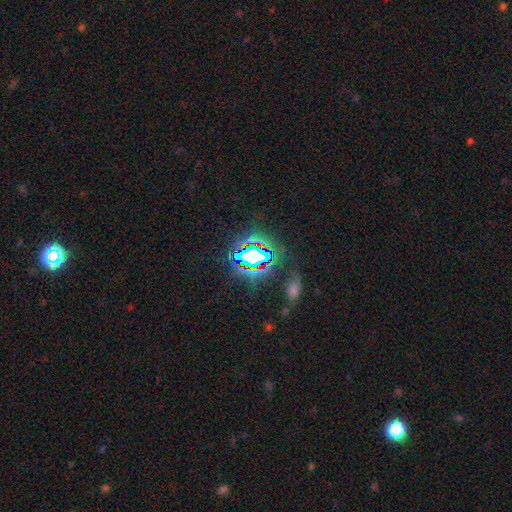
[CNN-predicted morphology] Q: Smooth or featured?
A: star or artifact (66%); runner-up: smooth (21%)